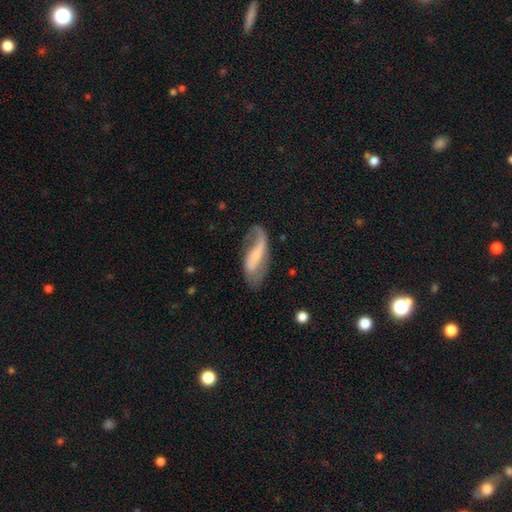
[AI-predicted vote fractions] This appears to be a featured or disk galaxy (67%) with a strong bar (36%), 2 (59%) loose (63%) spiral arms (86%) and a small central bulge (47%). Merging: none (47%).